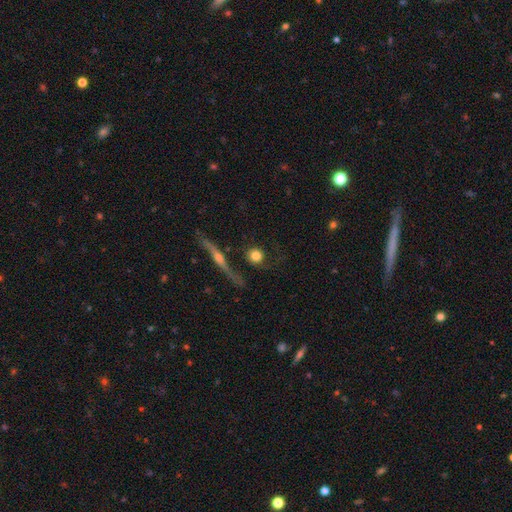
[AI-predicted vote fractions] A smooth galaxy with no disk features (69%) that is round (91%). Merging: none (68%).